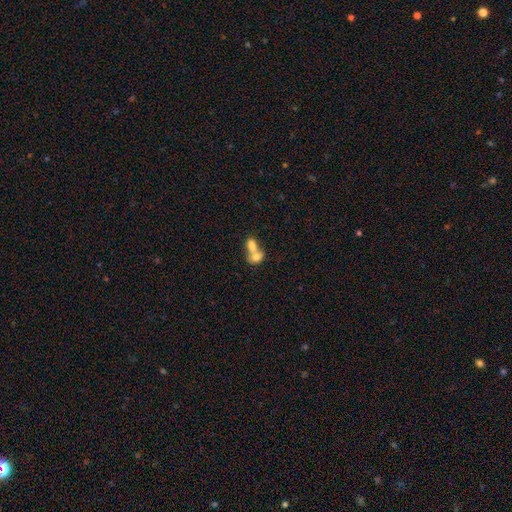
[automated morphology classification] Smooth or featured?
  - smooth: 74% *
  - featured or disk: 18%
  - star or artifact: 8%
How rounded?
  - in between: 70% *
  - round: 27%
  - cigar-shaped: 2%
Merging?
  - merger: 76% *
  - none: 15%
  - minor disturbance: 5%
  - major disturbance: 3%